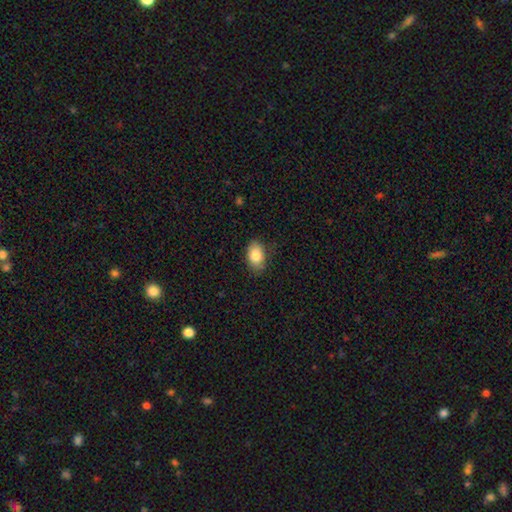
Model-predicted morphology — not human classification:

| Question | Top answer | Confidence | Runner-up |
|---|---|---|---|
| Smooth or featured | smooth | 83% | featured or disk (9%) |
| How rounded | in between | 88% | round (11%) |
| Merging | none | 82% | minor disturbance (14%) |